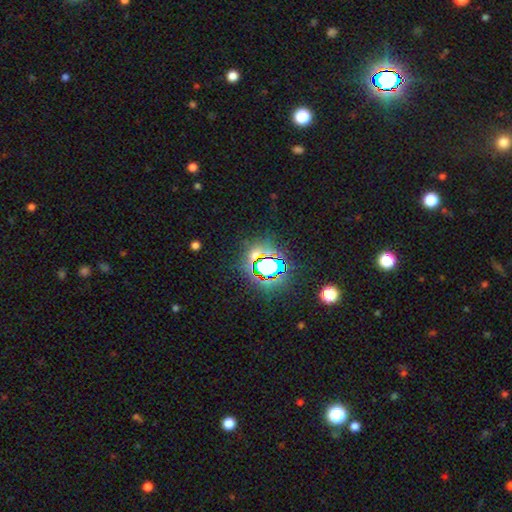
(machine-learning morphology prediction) A star or artifact, not a galaxy (67%).